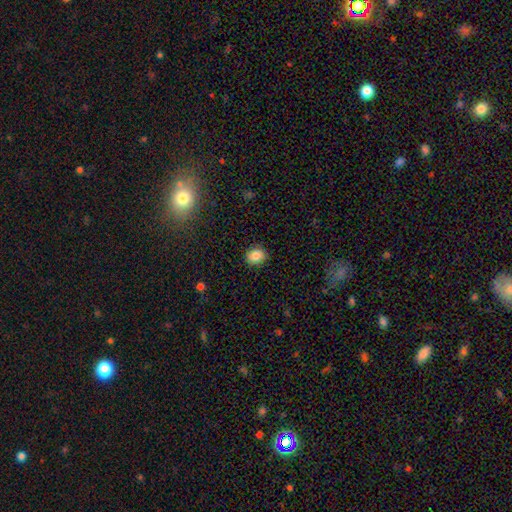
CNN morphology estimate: type=smooth (85%); roundness=round (61%); merging=none (88%).